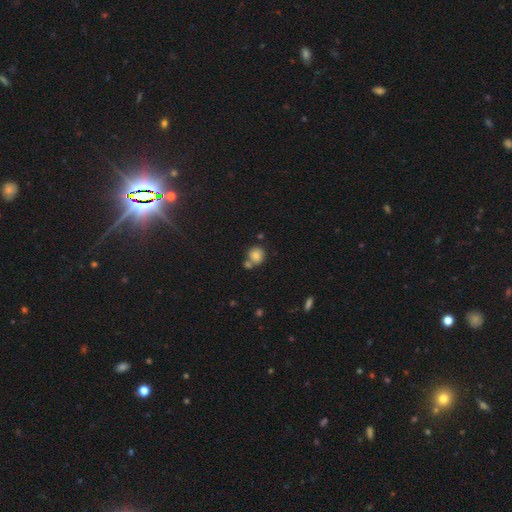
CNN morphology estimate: type=smooth (80%); roundness=round (83%); merging=none (56%).